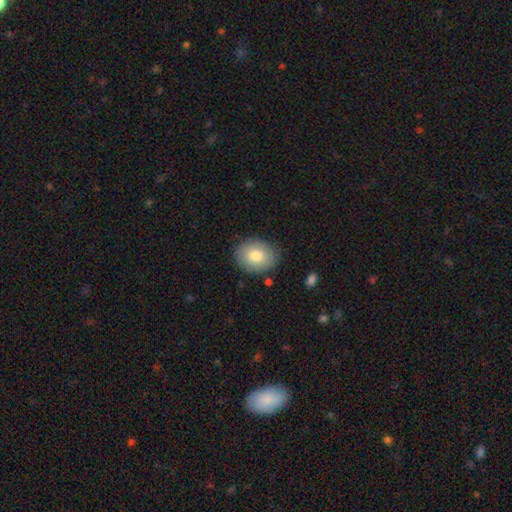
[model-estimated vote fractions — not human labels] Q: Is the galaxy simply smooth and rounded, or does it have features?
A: smooth — 79%.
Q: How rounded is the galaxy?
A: in between — 57%.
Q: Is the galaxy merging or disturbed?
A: none — 84%.